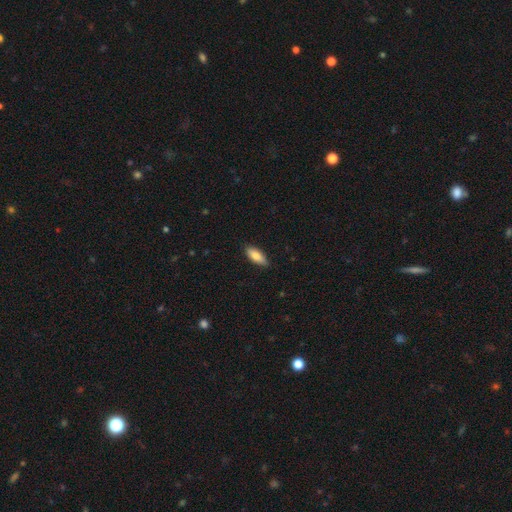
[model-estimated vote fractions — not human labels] Overall: smooth (81%). How rounded: in between (74%). Merging: none (84%).